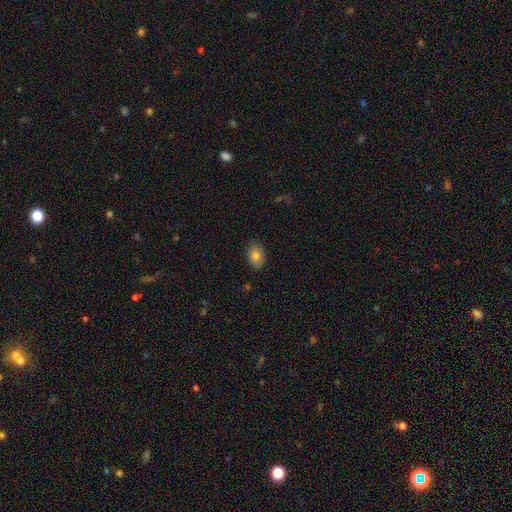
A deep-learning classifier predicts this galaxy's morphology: Smooth or featured? smooth (82%)
How rounded? in between (81%)
Merging? none (87%)